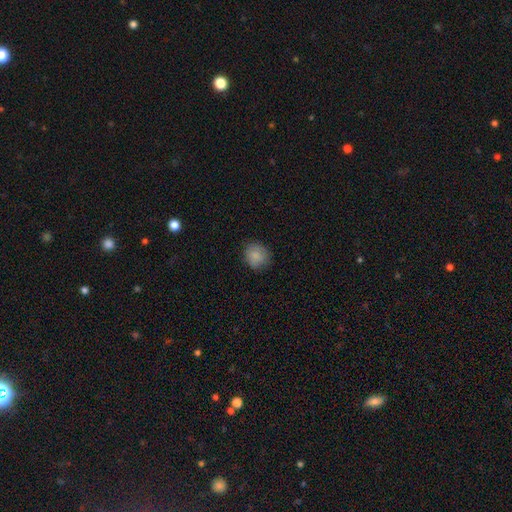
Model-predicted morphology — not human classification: Q: Smooth or featured?
A: smooth (86%); runner-up: star or artifact (8%)
Q: How rounded?
A: round (83%); runner-up: in between (16%)
Q: Merging?
A: none (84%); runner-up: minor disturbance (12%)